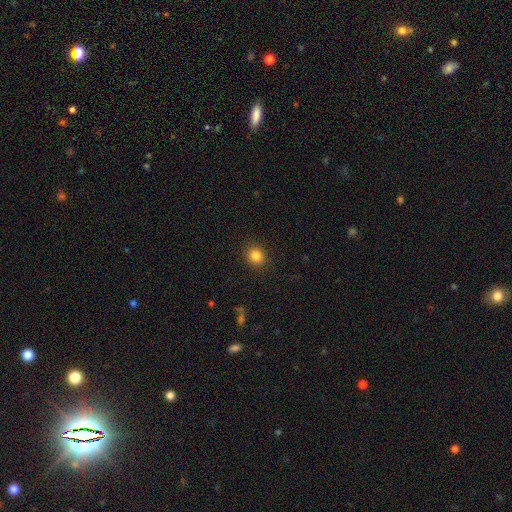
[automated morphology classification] Q: Smooth or featured?
A: smooth (84%); runner-up: star or artifact (11%)
Q: How rounded?
A: round (84%); runner-up: in between (15%)
Q: Merging?
A: none (90%); runner-up: minor disturbance (6%)